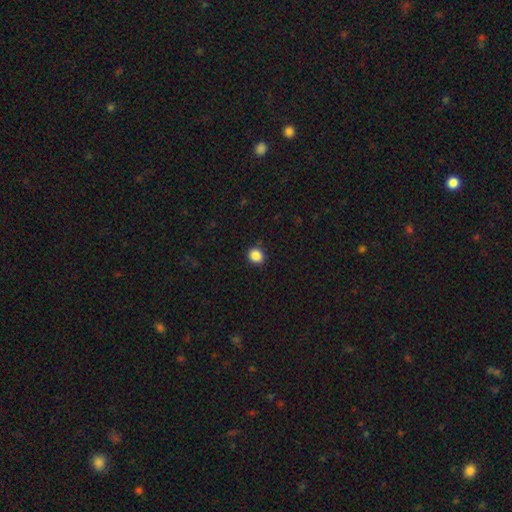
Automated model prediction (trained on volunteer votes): Smooth or featured?
  - smooth: 88% *
  - star or artifact: 9%
  - featured or disk: 3%
How rounded?
  - round: 66% *
  - in between: 33%
  - cigar-shaped: 1%
Merging?
  - none: 89% *
  - minor disturbance: 8%
  - major disturbance: 2%
  - merger: 1%